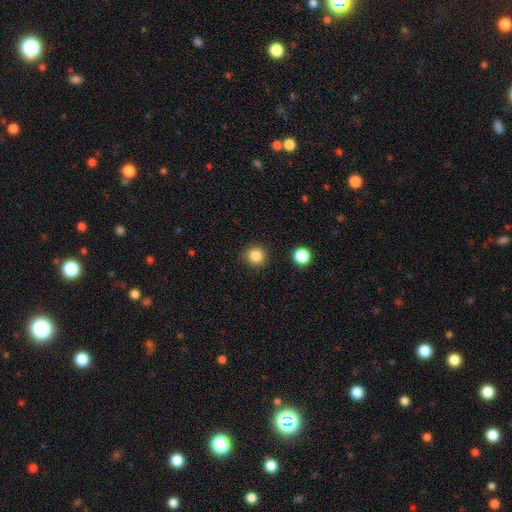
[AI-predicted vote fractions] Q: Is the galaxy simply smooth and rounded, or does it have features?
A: smooth — 84%.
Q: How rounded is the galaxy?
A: round — 93%.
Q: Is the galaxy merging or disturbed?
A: none — 88%.